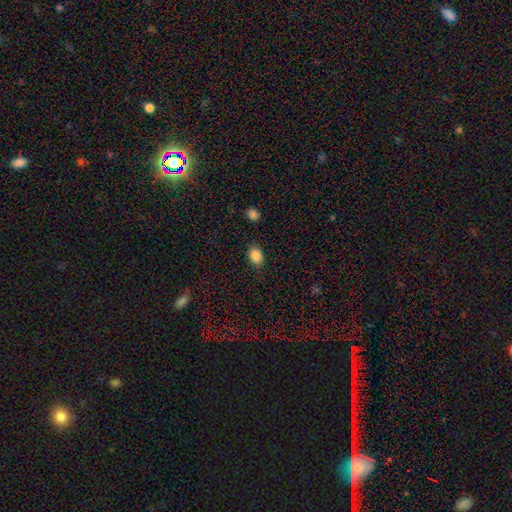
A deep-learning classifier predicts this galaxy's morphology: Overall: smooth (86%). How rounded: in between (73%). Merging: none (86%).